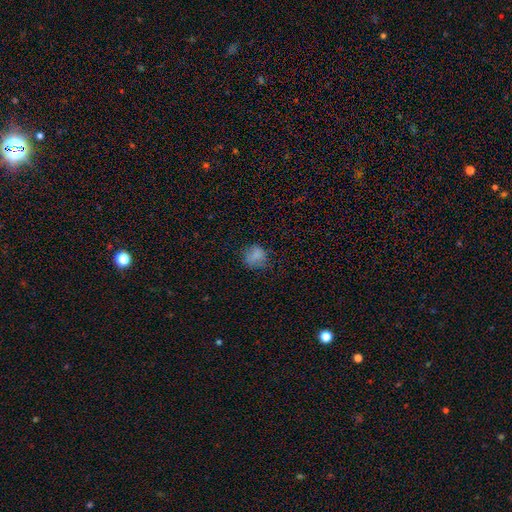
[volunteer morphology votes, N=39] smooth 82%, featured or disk 10%, star or artifact 8%. Down the decision tree: how rounded — round (81%); merging — none (69%).